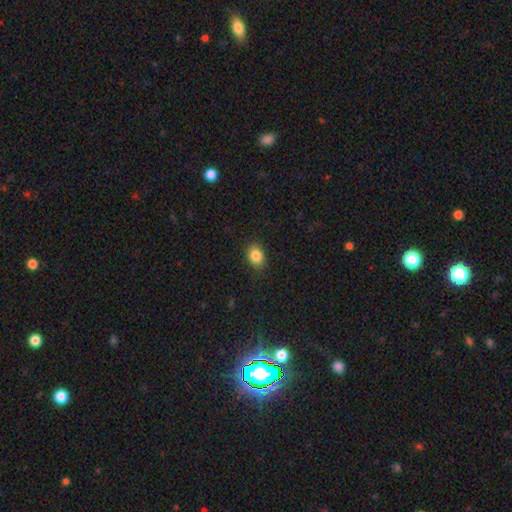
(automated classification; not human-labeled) Morphology: type=smooth (85%); roundness=in between (57%); merging=none (85%).